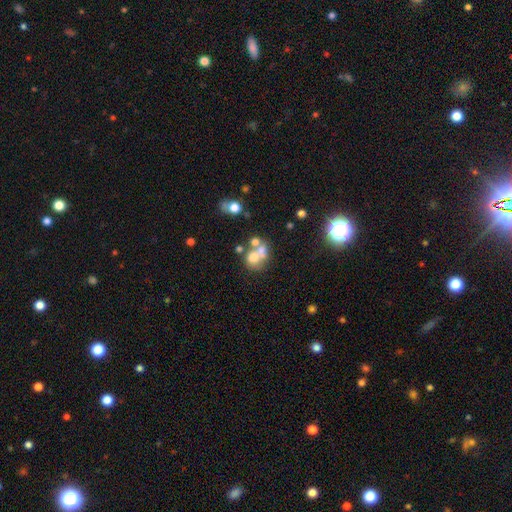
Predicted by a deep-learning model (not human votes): Overall: smooth (57%; featured or disk 28%). How rounded: round (65%; in between 34%). Merging: merger (54%; none 29%).